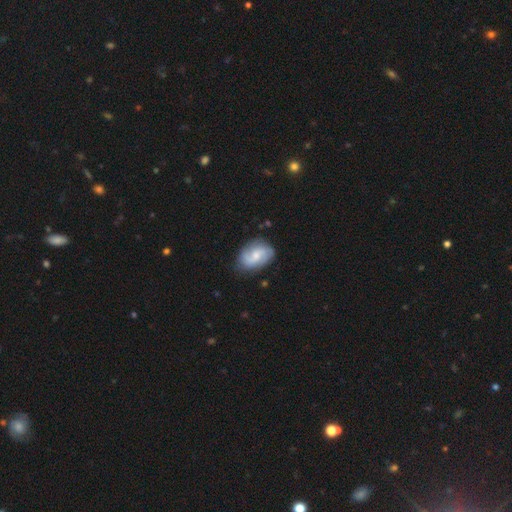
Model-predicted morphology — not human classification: Smooth or featured? Predicted: featured or disk (p=0.64). Edge-on disk? Predicted: no (p=0.97). Bar? Predicted: no (p=0.53). Spiral arms? Predicted: yes (p=0.92). Spiral winding? Predicted: medium (p=0.45). Spiral arm count? Predicted: 2 (p=0.53). Bulge size? Predicted: moderate (p=0.47). Merging? Predicted: none (p=0.74).